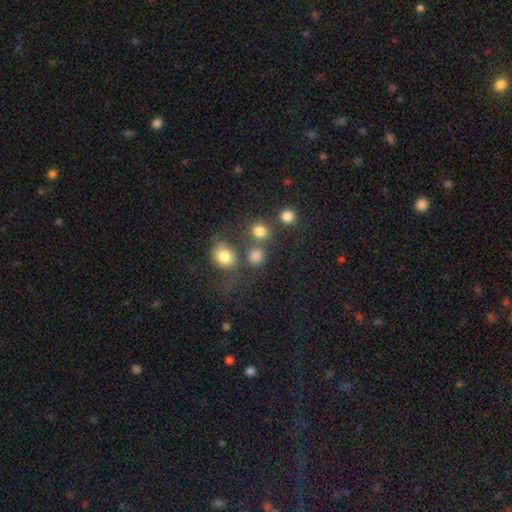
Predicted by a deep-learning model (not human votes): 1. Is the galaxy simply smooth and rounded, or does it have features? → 79% smooth, 13% star or artifact, 7% featured or disk.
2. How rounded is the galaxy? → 77% round, 21% in between, 1% cigar-shaped.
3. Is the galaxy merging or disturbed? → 56% none, 25% merger, 11% minor disturbance, 8% major disturbance.